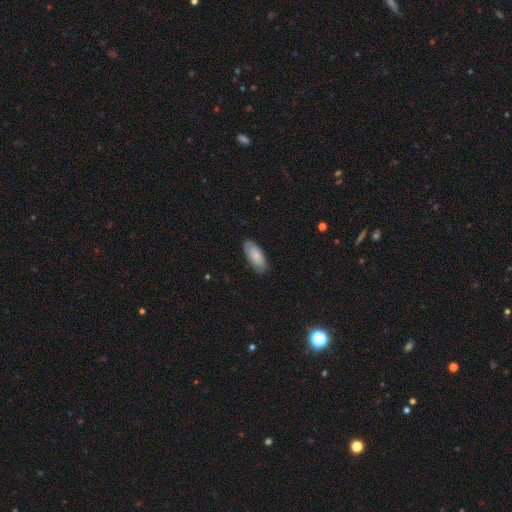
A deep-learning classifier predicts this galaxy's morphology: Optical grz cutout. It shows a smooth galaxy with no disk features (79%) that is in between round and cigar-shaped (84%). Merging: none (82%).